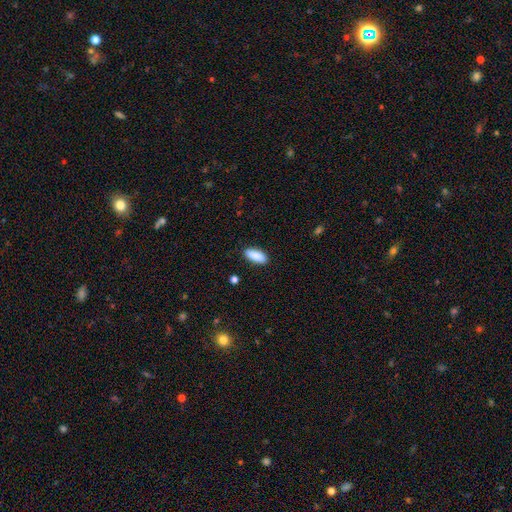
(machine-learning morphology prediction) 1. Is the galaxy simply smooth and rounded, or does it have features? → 90% smooth, 6% star or artifact, 4% featured or disk.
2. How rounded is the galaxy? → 81% in between, 17% cigar-shaped, 2% round.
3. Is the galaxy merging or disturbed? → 89% none, 8% minor disturbance, 2% major disturbance, 1% merger.